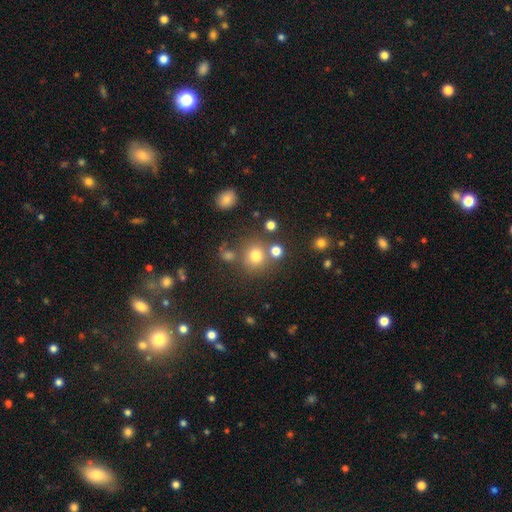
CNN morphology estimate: Smooth or featured? Predicted: smooth (p=0.74). How rounded? Predicted: round (p=0.86). Merging? Predicted: none (p=0.69).